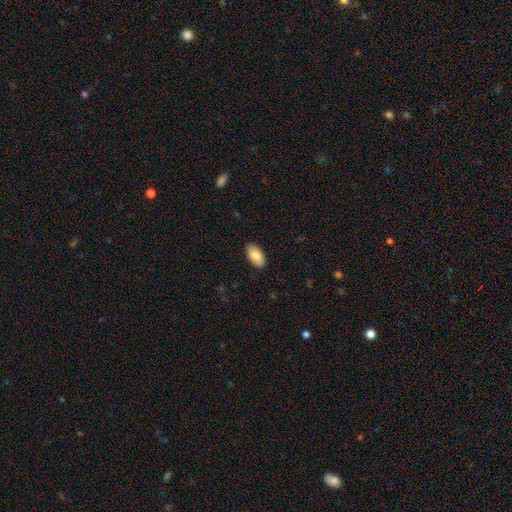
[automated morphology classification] smooth-or-featured: smooth: 86% | featured or disk: 8% | star or artifact: 6%
  how-rounded: in between: 95% | round: 3% | cigar-shaped: 2%
  merging: none: 88% | minor disturbance: 9% | major disturbance: 2% | merger: 1%